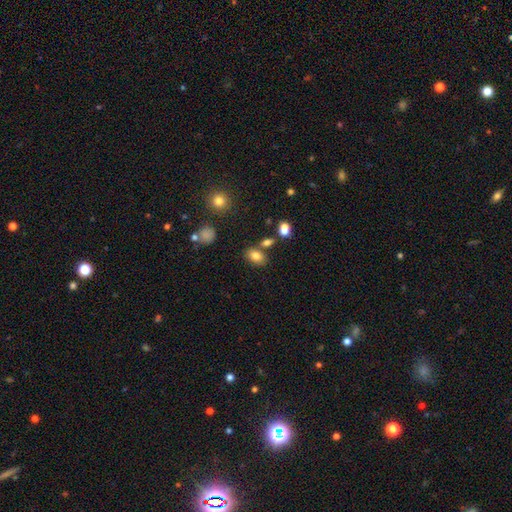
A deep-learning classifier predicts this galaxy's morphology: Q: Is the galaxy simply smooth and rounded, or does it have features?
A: smooth — 81%.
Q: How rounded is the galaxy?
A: in between — 82%.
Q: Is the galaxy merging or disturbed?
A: none — 71%.